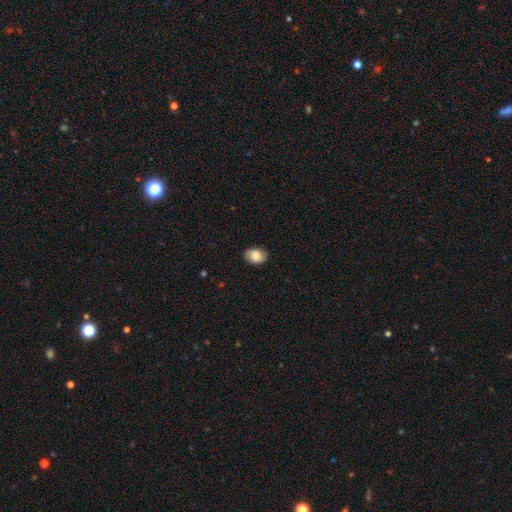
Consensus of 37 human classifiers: Smooth or featured? smooth (86%)
How rounded? in between (78%)
Merging? none (94%)